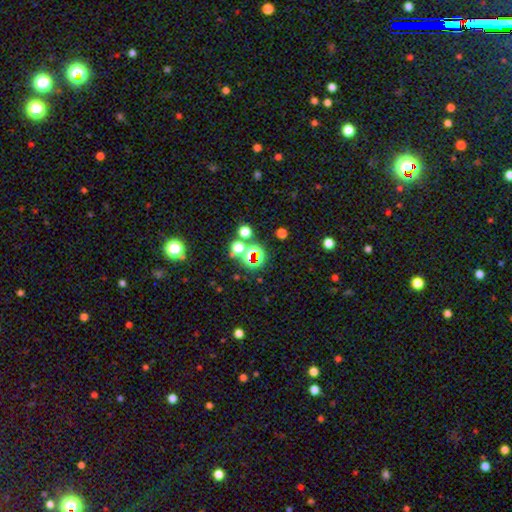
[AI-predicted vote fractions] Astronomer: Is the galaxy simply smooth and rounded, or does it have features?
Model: star or artifact — 57%.